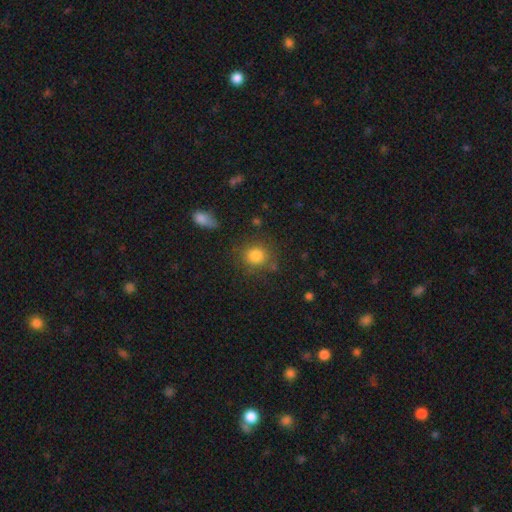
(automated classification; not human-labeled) Smooth or featured?
  - smooth: 82% *
  - star or artifact: 11%
  - featured or disk: 7%
How rounded?
  - round: 81% *
  - in between: 18%
  - cigar-shaped: 1%
Merging?
  - none: 79% *
  - minor disturbance: 12%
  - merger: 5%
  - major disturbance: 5%